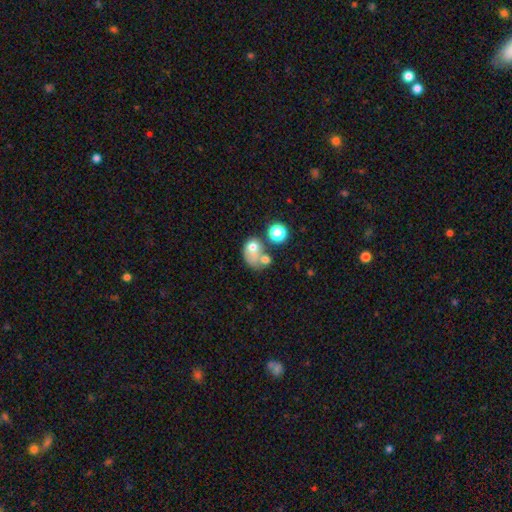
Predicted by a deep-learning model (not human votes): The model was most divided on "how rounded": in between: 53%, round: 45%, cigar-shaped: 1%. Remaining: smooth or featured — smooth (57%); merging — merger (40%).